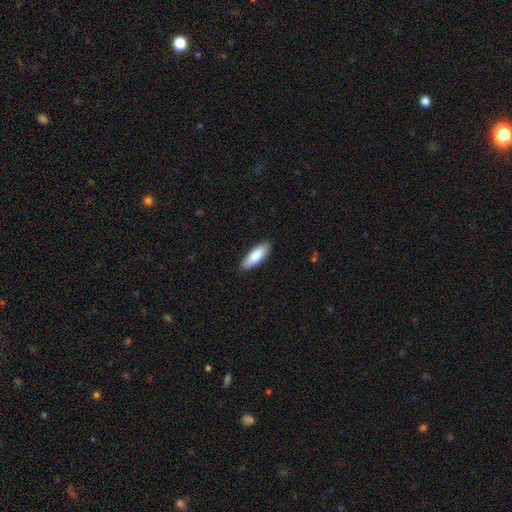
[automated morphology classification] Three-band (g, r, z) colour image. It shows a smooth galaxy with no disk features (81%) that is in between round and cigar-shaped (60%). Merging: none (88%).